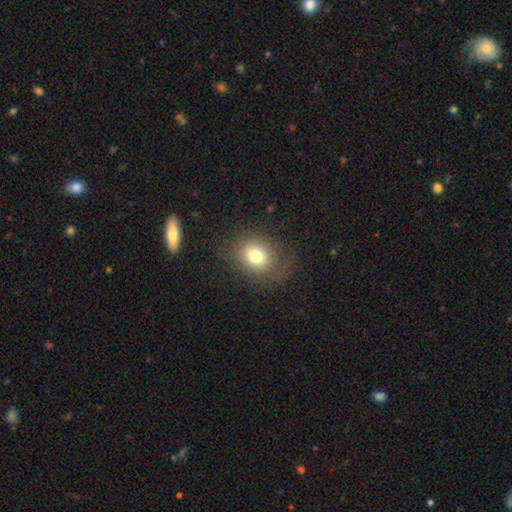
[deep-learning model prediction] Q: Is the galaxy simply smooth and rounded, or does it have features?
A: smooth — 74%.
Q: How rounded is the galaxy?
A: round — 59%.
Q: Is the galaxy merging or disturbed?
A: none — 77%.